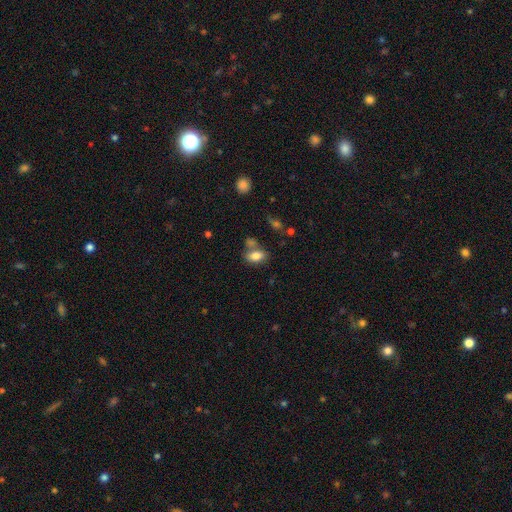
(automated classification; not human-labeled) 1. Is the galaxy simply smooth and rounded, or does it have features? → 81% smooth, 10% featured or disk, 9% star or artifact.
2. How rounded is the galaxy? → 88% in between, 9% round, 3% cigar-shaped.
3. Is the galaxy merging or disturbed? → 59% none, 22% merger, 14% minor disturbance, 5% major disturbance.